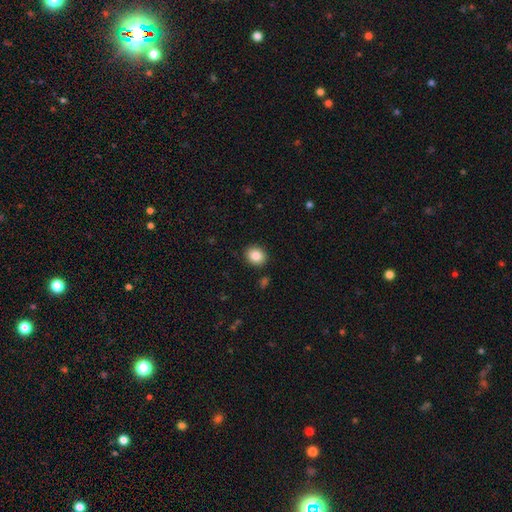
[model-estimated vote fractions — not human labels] A smooth galaxy with no disk features (86%) that is round (70%).

Vote fractions:
- Smooth or featured? smooth: 86% / star or artifact: 9% / featured or disk: 5%
- How rounded? round: 70% / in between: 30% / cigar-shaped: 1%
- Merging? none: 90% / minor disturbance: 7% / major disturbance: 2% / merger: 2%